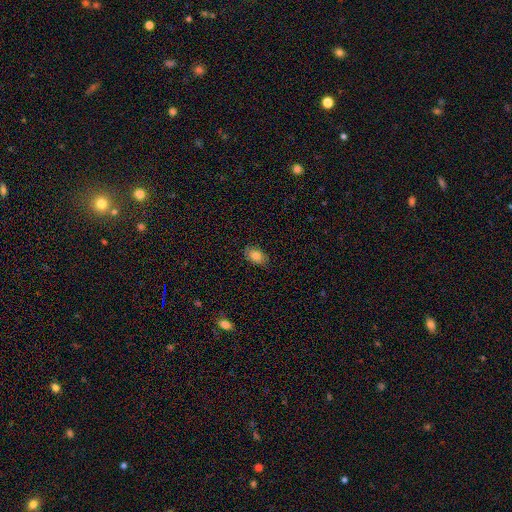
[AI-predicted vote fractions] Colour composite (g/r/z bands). It shows a smooth galaxy with no disk features (81%) that is in between round and cigar-shaped (88%). Merging: none (85%).